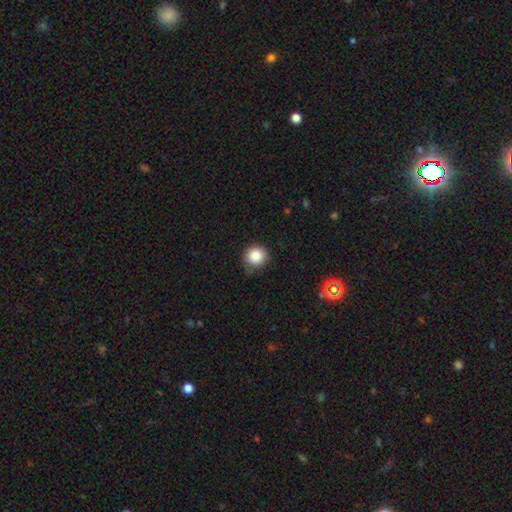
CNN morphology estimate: A smooth galaxy with no disk features (86%) that is round (92%). Merging: none (77%).